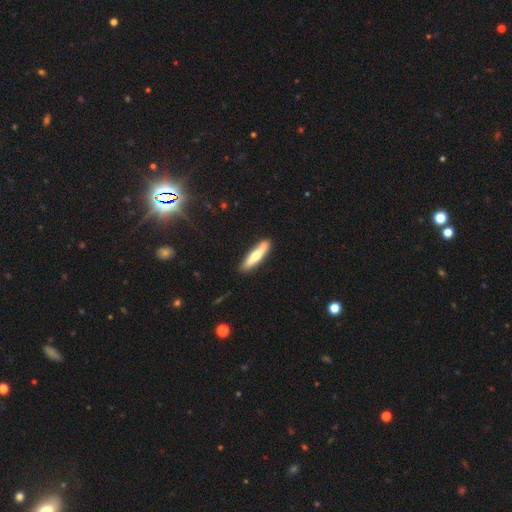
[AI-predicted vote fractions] Smooth or featured? smooth (55%)
How rounded? cigar-shaped (83%)
Merging? none (86%)